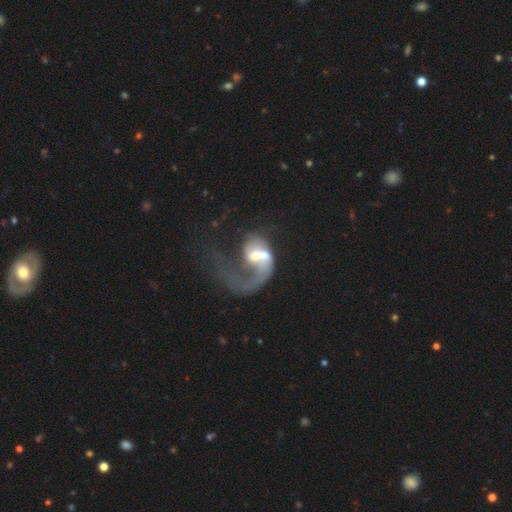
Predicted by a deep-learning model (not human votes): A featured or disk galaxy (66%) with no bar (69%), spiral arms (71%) and a moderate central bulge (57%).

Vote fractions:
- Smooth or featured? featured or disk: 66% / smooth: 27% / star or artifact: 7%
- Edge-on disk? no: 97% / yes: 3%
- Bar? no: 69% / weak: 25% / strong: 6%
- Spiral arms? yes: 71% / no: 29%
- Bulge size? moderate: 57% / small: 23% / large: 13% / none: 4% / dominant: 3%
- Merging? merger: 51% / major disturbance: 31% / none: 11% / minor disturbance: 6%